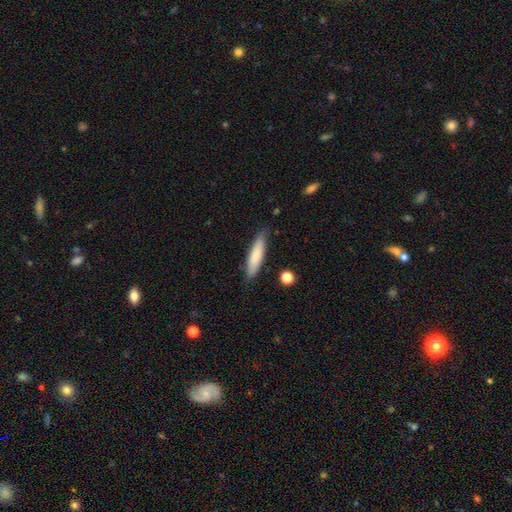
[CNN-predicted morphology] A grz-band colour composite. It shows a smooth galaxy with no disk features (78%) that is cigar-shaped (78%). Merging: none (84%).